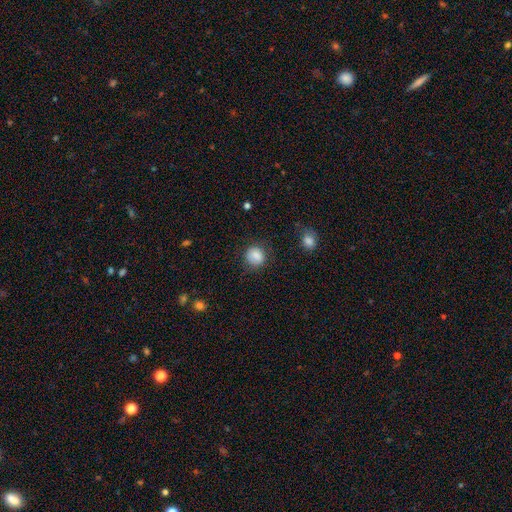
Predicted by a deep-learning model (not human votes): Overall: smooth (85%). How rounded: round (79%). Merging: none (77%).